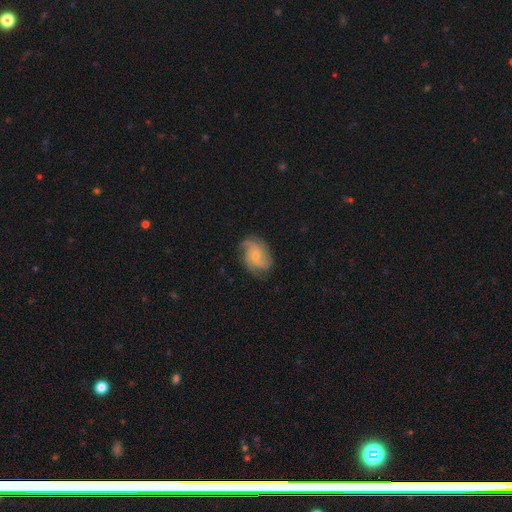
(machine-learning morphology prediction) Smooth or featured? Predicted: featured or disk (p=0.80). Edge-on disk? Predicted: no (p=0.98). Bar? Predicted: no (p=0.72). Spiral arms? Predicted: yes (p=0.96). Spiral winding? Predicted: medium (p=0.45). Spiral arm count? Predicted: 3 (p=0.43). Bulge size? Predicted: small (p=0.62). Merging? Predicted: none (p=0.73).